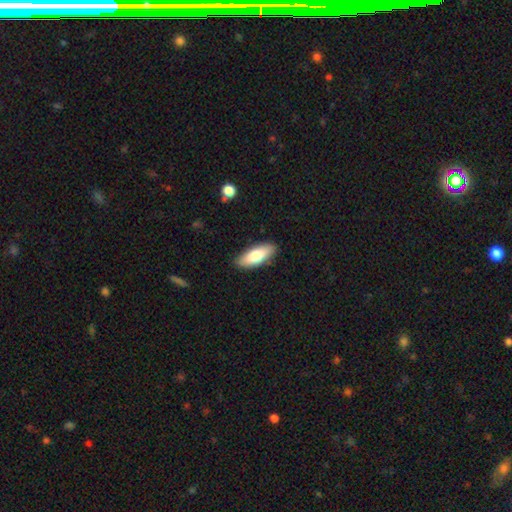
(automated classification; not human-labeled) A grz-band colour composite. It shows a smooth galaxy with no disk features (74%) that is in between round and cigar-shaped (71%). Merging: none (88%).